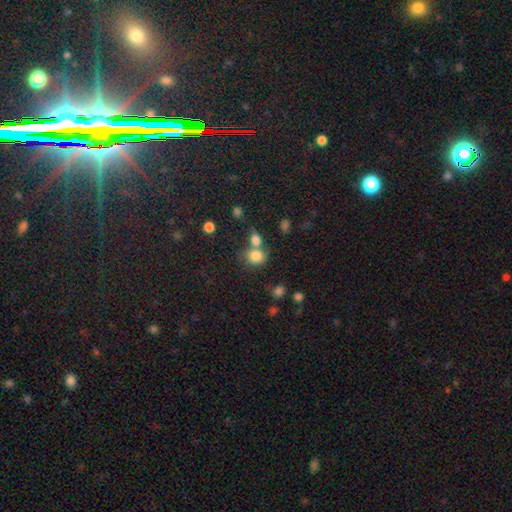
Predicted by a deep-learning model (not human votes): Smooth or featured? Predicted: smooth (p=0.81). How rounded? Predicted: round (p=0.55). Merging? Predicted: none (p=0.45).